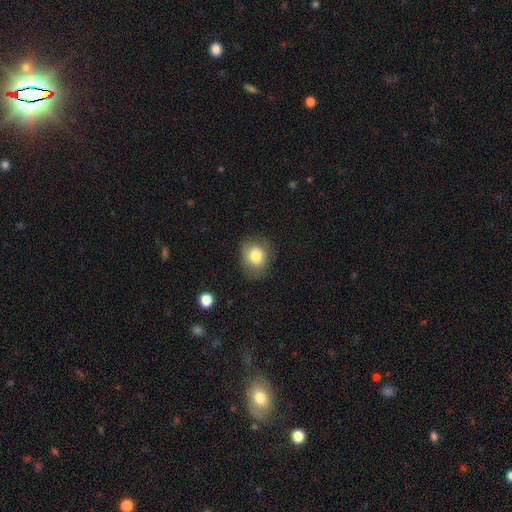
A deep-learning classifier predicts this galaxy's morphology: A smooth galaxy with no disk features (80%) that is round (54%).

Vote fractions:
- Smooth or featured? smooth: 80% / featured or disk: 11% / star or artifact: 9%
- How rounded? round: 54% / in between: 45% / cigar-shaped: 1%
- Merging? none: 75% / minor disturbance: 18% / major disturbance: 6% / merger: 1%